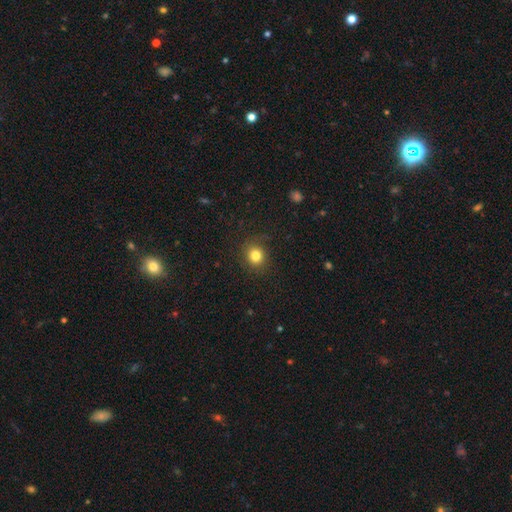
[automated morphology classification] smooth-or-featured: smooth: 82% | star or artifact: 13% | featured or disk: 6%
  how-rounded: round: 86% | in between: 13% | cigar-shaped: 1%
  merging: none: 87% | minor disturbance: 9% | major disturbance: 3% | merger: 1%